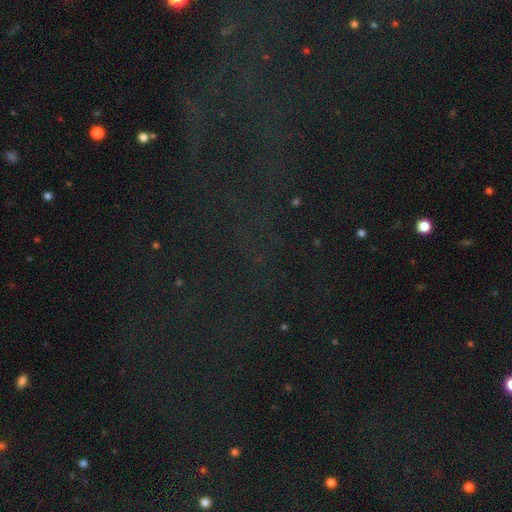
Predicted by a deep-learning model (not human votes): Smooth or featured? star or artifact (80%)